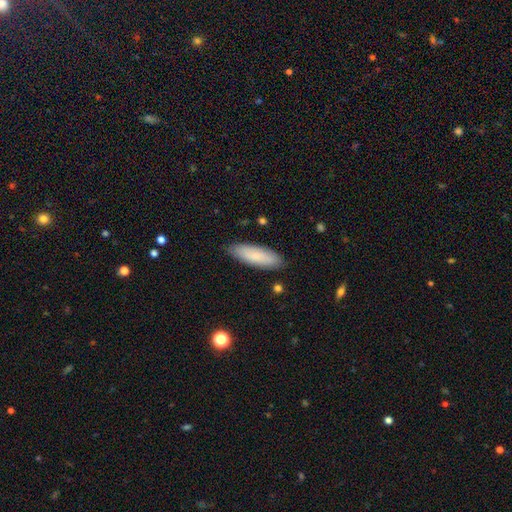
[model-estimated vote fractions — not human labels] Overall: smooth (84%). How rounded: in between (50%; cigar-shaped 49%). Merging: none (87%).